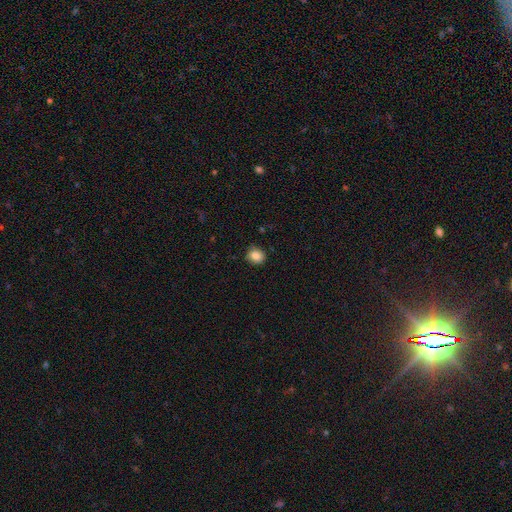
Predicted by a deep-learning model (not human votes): A smooth galaxy with no disk features (86%) that is round (72%).

Vote fractions:
- Smooth or featured? smooth: 86% / star or artifact: 10% / featured or disk: 5%
- How rounded? round: 72% / in between: 27% / cigar-shaped: 1%
- Merging? none: 84% / minor disturbance: 12% / major disturbance: 2% / merger: 1%